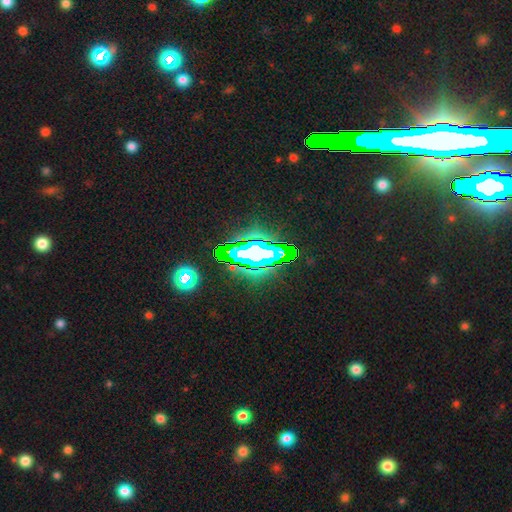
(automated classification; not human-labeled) Smooth or featured?
  - star or artifact: 64% *
  - featured or disk: 21%
  - smooth: 15%